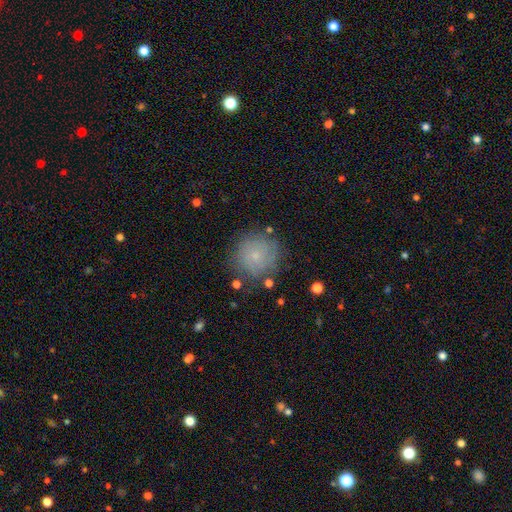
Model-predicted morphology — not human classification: Smooth or featured? smooth (60%)
How rounded? round (92%)
Merging? none (76%)